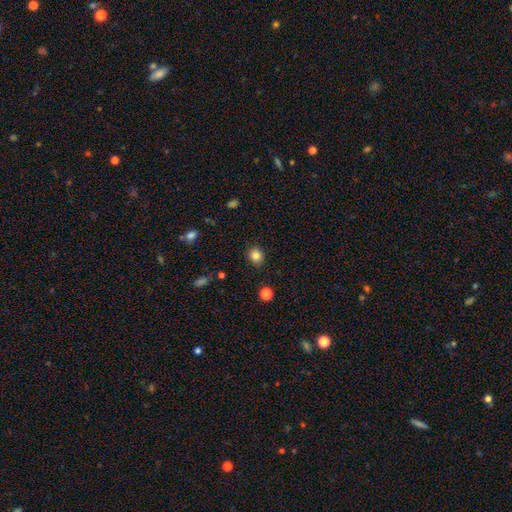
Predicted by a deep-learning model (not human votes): Morphology: type=smooth (84%); roundness=round (68%); merging=none (88%).